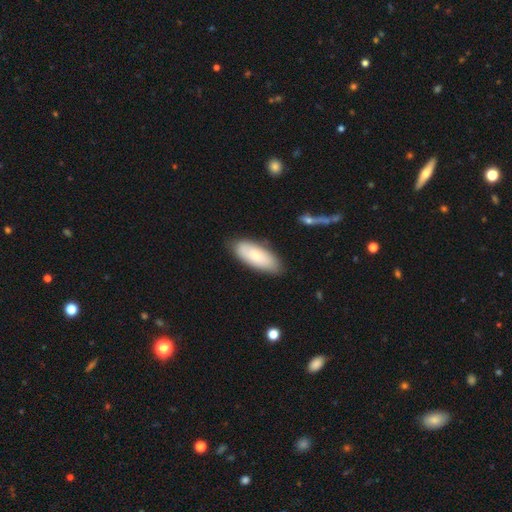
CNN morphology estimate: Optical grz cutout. It shows a smooth galaxy with no disk features (70%) that is in between round and cigar-shaped (80%). Merging: none (79%).